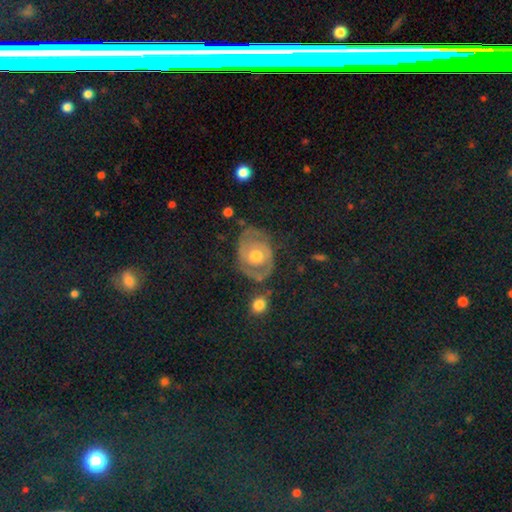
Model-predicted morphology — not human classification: Q: Smooth or featured?
A: featured or disk (67%); runner-up: smooth (22%)
Q: Edge-on disk?
A: no (96%); runner-up: yes (4%)
Q: Bar?
A: no (77%); runner-up: weak (18%)
Q: Spiral arms?
A: yes (72%); runner-up: no (28%)
Q: Bulge size?
A: moderate (75%); runner-up: small (12%)
Q: Merging?
A: none (62%); runner-up: minor disturbance (23%)